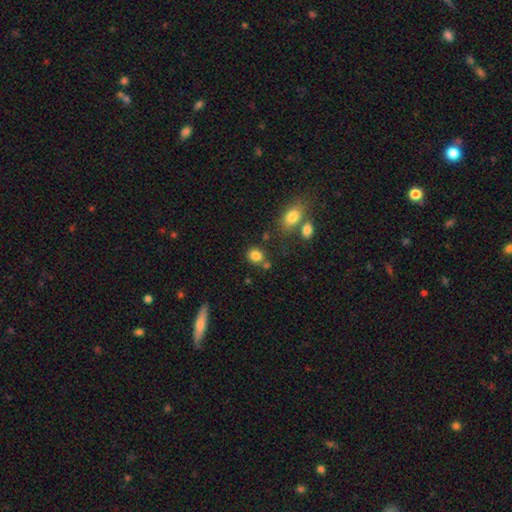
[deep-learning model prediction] Smooth or featured?
  - smooth: 83% *
  - star or artifact: 11%
  - featured or disk: 6%
How rounded?
  - round: 70% *
  - in between: 29%
  - cigar-shaped: 1%
Merging?
  - none: 71% *
  - merger: 13%
  - minor disturbance: 12%
  - major disturbance: 4%